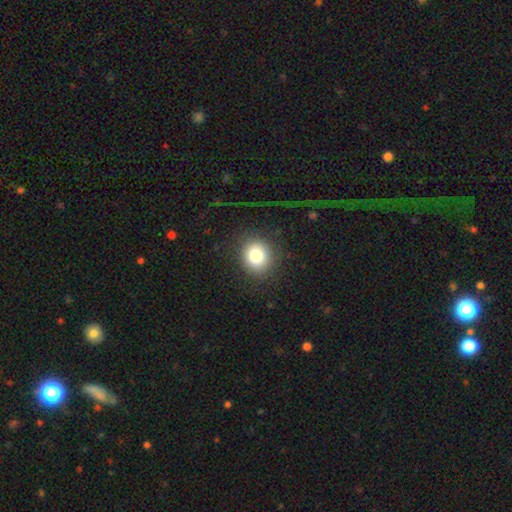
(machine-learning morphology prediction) This appears to be a smooth galaxy with no disk features (80%) that is round (77%). Merging: none (84%).